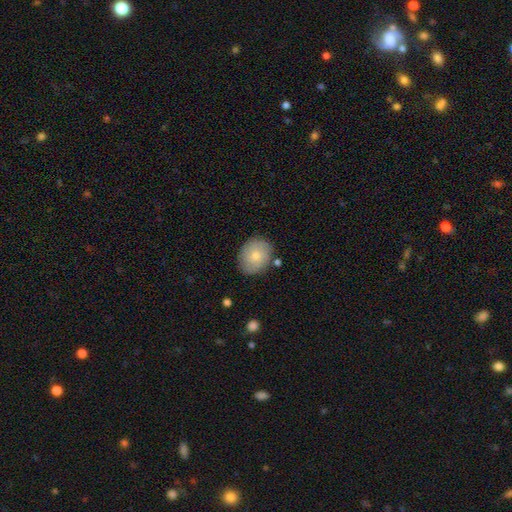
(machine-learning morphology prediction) type=smooth (65%); roundness=round (55%); merging=none (80%).